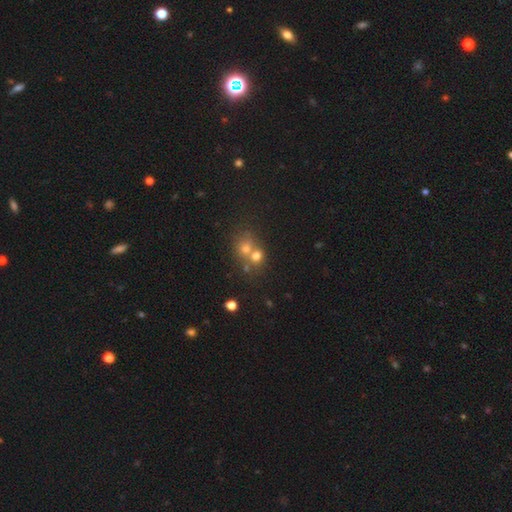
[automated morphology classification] The model was most divided on "merging": merger: 54%, none: 35%, minor disturbance: 7%, major disturbance: 4%. More confident: how rounded — round (72%); smooth or featured — smooth (66%).